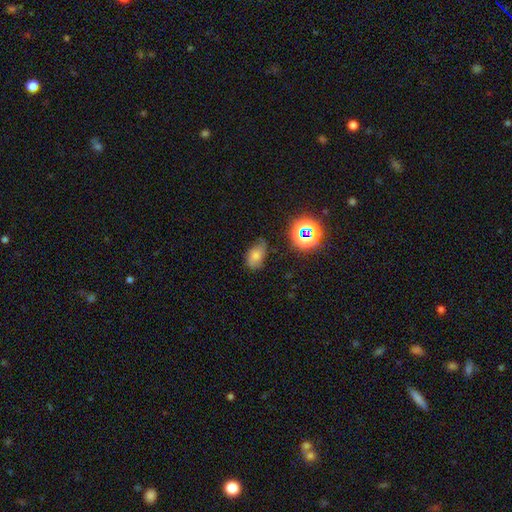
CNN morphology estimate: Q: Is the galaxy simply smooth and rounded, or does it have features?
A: smooth — 64%.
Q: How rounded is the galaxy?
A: in between — 86%.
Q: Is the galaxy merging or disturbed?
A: none — 60%.